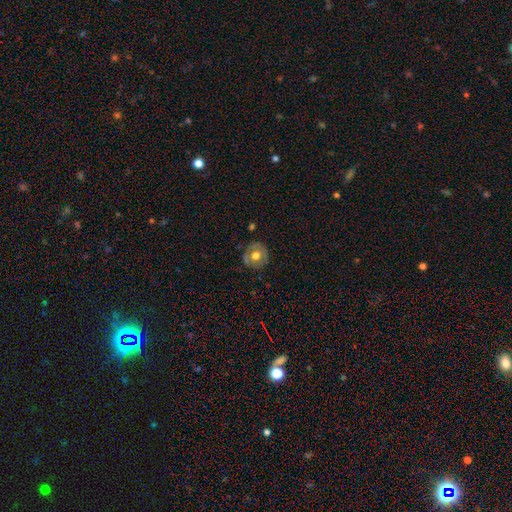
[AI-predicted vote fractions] smooth 54%, featured or disk 39%, star or artifact 8%. Down the decision tree: how rounded — round (89%); merging — none (82%).